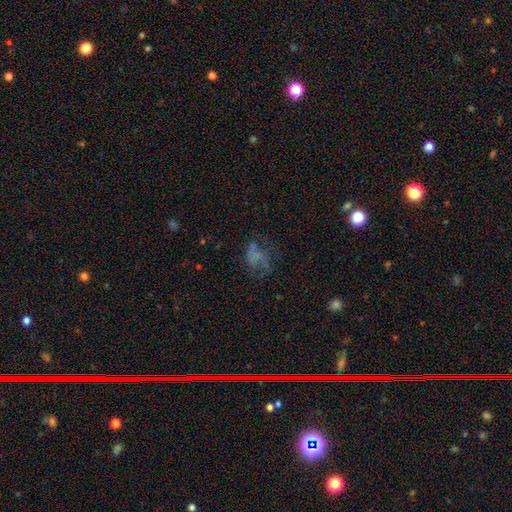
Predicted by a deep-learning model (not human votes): The model was most divided on "smooth or featured": smooth: 41%, featured or disk: 39%, star or artifact: 20%. Remaining: merging — none (40%).